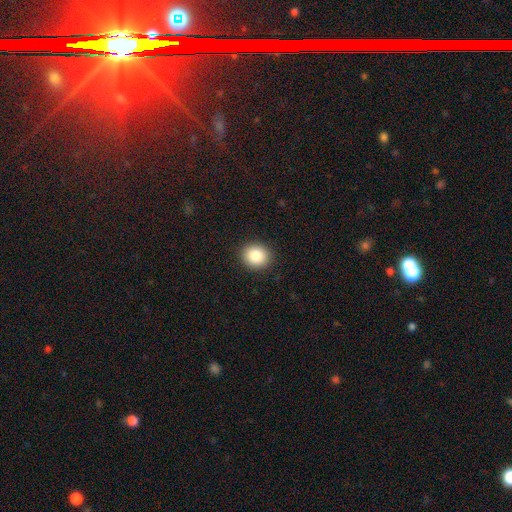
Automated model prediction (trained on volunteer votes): This appears to be a smooth galaxy with no disk features (85%) that is round (76%). Merging: none (91%).